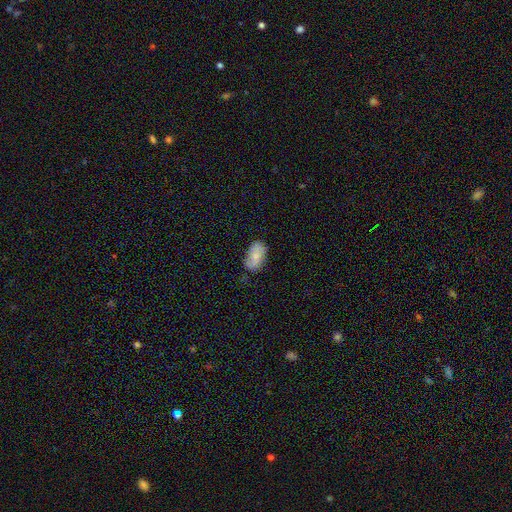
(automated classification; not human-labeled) A smooth galaxy with no disk features (67%) that is in between round and cigar-shaped (92%). Merging: none (71%).